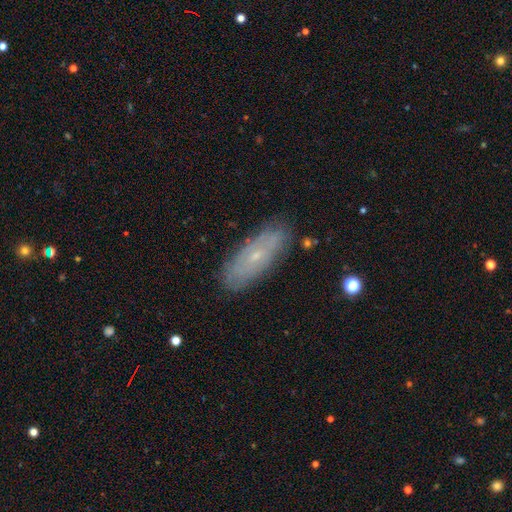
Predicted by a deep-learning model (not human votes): Smooth or featured?
  - featured or disk: 52% *
  - smooth: 39%
  - star or artifact: 9%
Edge-on disk?
  - no: 77% *
  - yes: 23%
Merging?
  - none: 84% *
  - minor disturbance: 12%
  - major disturbance: 2%
  - merger: 2%